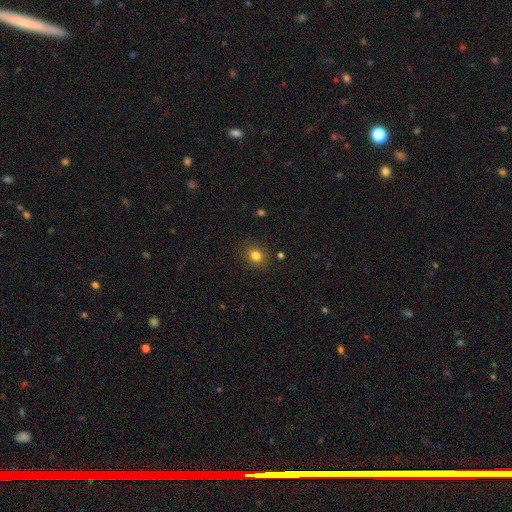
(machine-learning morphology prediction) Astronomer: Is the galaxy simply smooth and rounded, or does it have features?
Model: smooth — 81%.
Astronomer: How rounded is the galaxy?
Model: round — 66%.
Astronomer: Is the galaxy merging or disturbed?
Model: none — 87%.